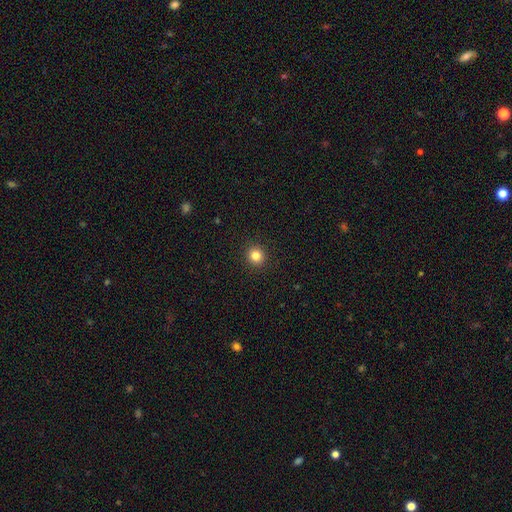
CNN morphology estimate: A smooth galaxy with no disk features (83%) that is round (90%). Merging: none (92%).